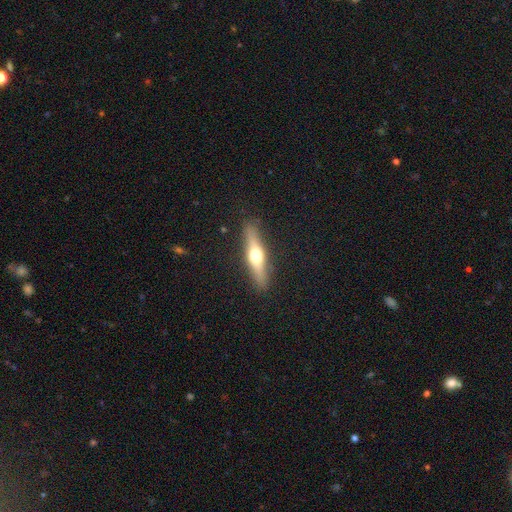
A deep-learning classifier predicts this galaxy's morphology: This appears to be a featured or disk galaxy (53%) viewed edge-on (92%). Merging: none (88%).